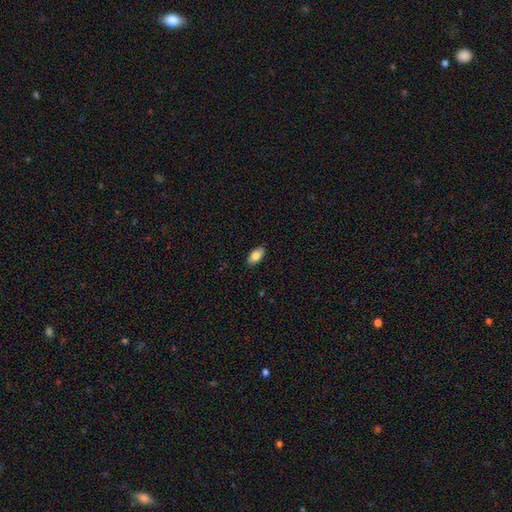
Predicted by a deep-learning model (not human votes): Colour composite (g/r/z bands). It shows a smooth galaxy with no disk features (82%) that is in between round and cigar-shaped (93%). Merging: none (88%).